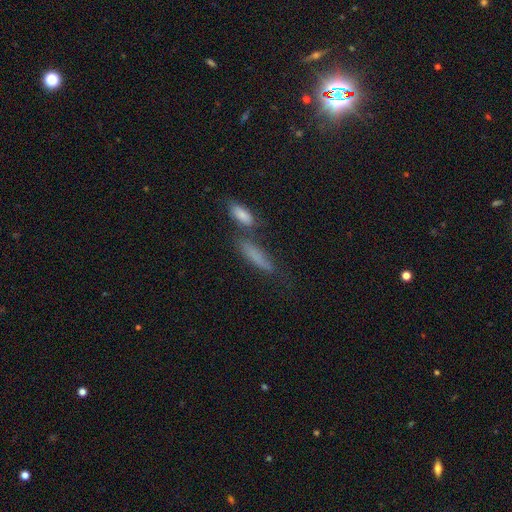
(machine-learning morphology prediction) Smooth or featured?
  - smooth: 70% *
  - featured or disk: 19%
  - star or artifact: 11%
How rounded?
  - cigar-shaped: 68% *
  - in between: 29%
  - round: 4%
Merging?
  - none: 46% *
  - merger: 33%
  - minor disturbance: 14%
  - major disturbance: 7%